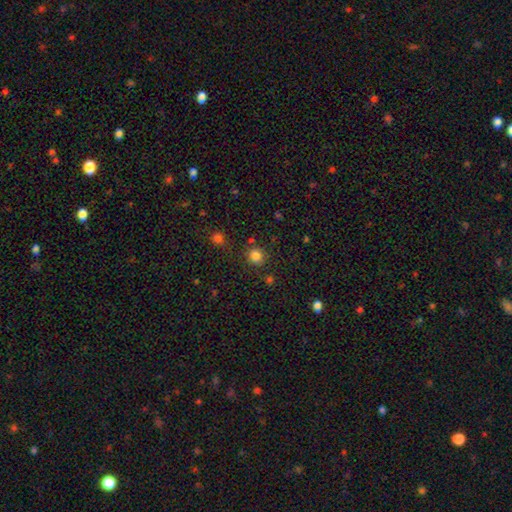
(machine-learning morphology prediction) type=smooth (82%); roundness=round (82%); merging=none (78%).